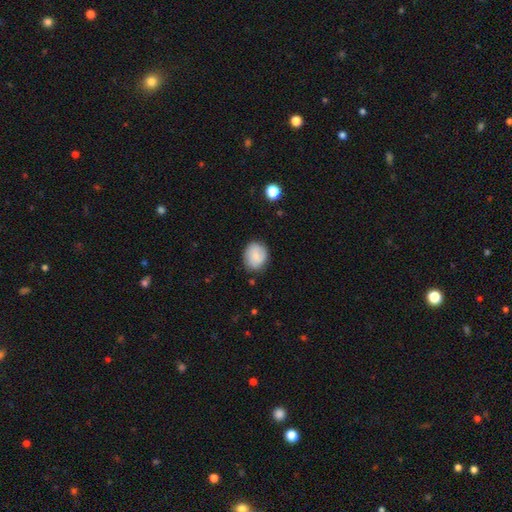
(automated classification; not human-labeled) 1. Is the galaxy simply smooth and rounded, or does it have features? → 76% smooth, 17% featured or disk, 7% star or artifact.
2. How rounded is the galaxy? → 63% round, 36% in between, 1% cigar-shaped.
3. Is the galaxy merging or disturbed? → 78% none, 17% minor disturbance, 4% major disturbance, 2% merger.